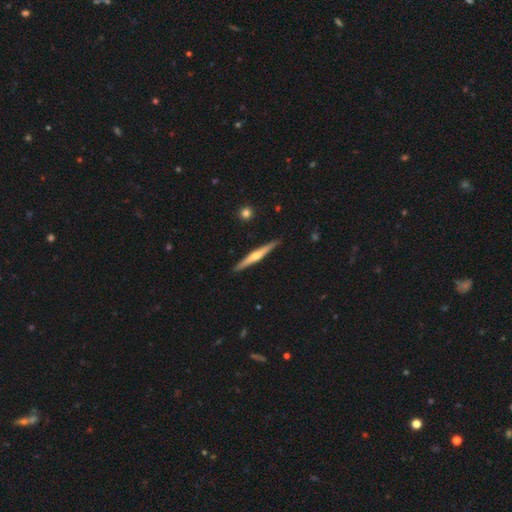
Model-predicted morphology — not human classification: Smooth or featured: featured or disk — 63% (smooth — 32%)
Edge-on disk: yes — 98% (no — 2%)
Edge-on bulge: rounded — 80% (none — 14%)
Merging: none — 90% (minor disturbance — 7%)